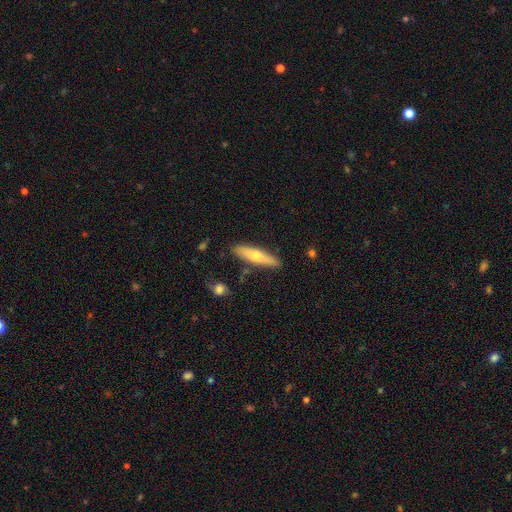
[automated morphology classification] Q: Smooth or featured?
A: smooth (55%); runner-up: featured or disk (39%)
Q: How rounded?
A: cigar-shaped (77%); runner-up: in between (21%)
Q: Merging?
A: none (86%); runner-up: minor disturbance (10%)